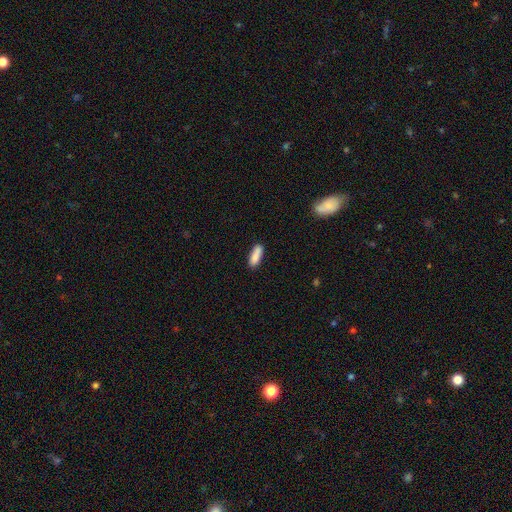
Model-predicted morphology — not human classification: smooth-or-featured: smooth: 86% | featured or disk: 7% | star or artifact: 7%
  how-rounded: in between: 51% | cigar-shaped: 47% | round: 2%
  merging: none: 76% | minor disturbance: 15% | merger: 6% | major disturbance: 3%